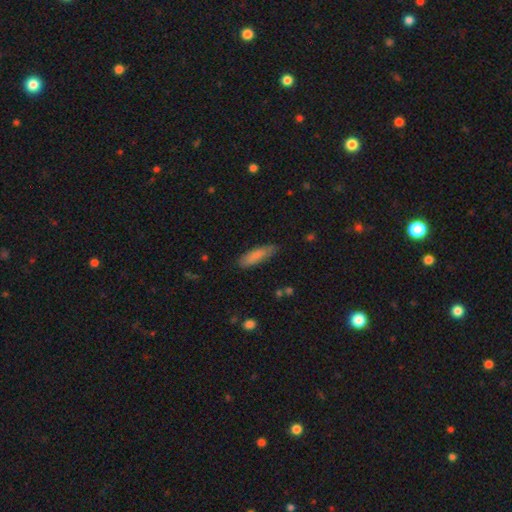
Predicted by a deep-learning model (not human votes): smooth-or-featured: smooth: 82% | featured or disk: 12% | star or artifact: 6%
  how-rounded: cigar-shaped: 59% | in between: 39% | round: 2%
  merging: none: 79% | minor disturbance: 17% | major disturbance: 3% | merger: 2%